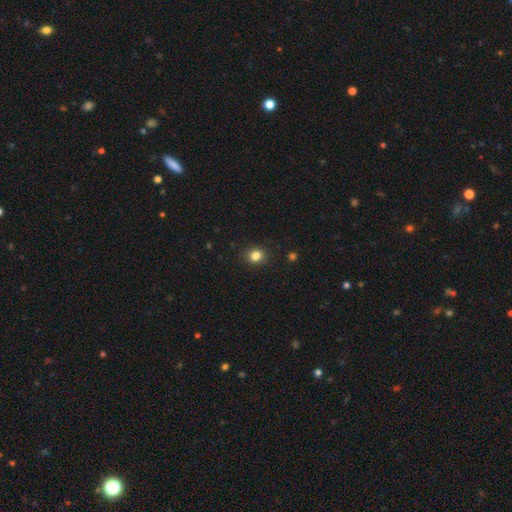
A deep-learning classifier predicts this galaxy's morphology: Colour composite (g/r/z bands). It shows a smooth galaxy with no disk features (83%) that is round (78%). Merging: none (90%).